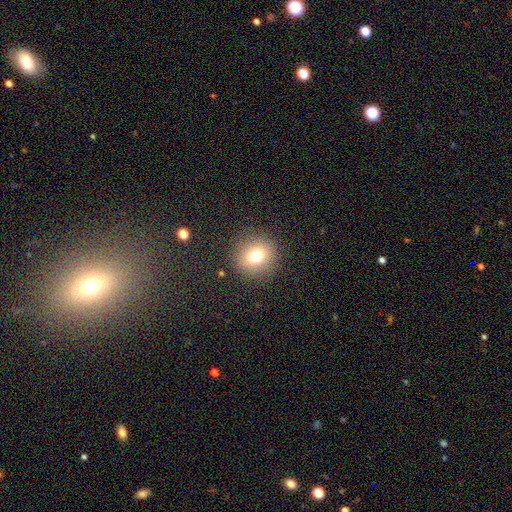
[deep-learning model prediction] Smooth or featured: smooth — 74% (star or artifact — 14%)
How rounded: round — 84% (in between — 15%)
Merging: none — 88% (minor disturbance — 8%)